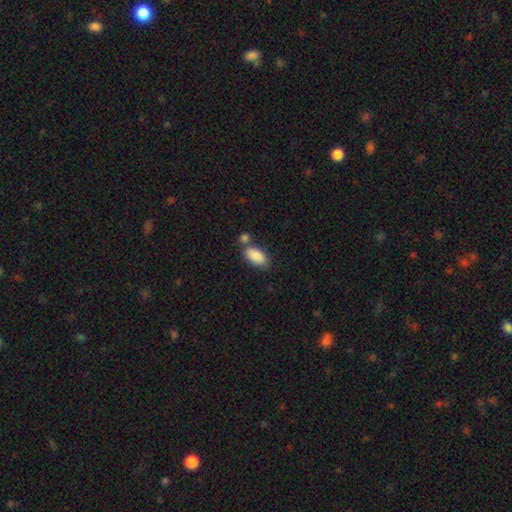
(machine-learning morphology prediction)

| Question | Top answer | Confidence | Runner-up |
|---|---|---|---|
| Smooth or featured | smooth | 88% | star or artifact (7%) |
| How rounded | in between | 93% | cigar-shaped (4%) |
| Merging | none | 59% | merger (23%) |